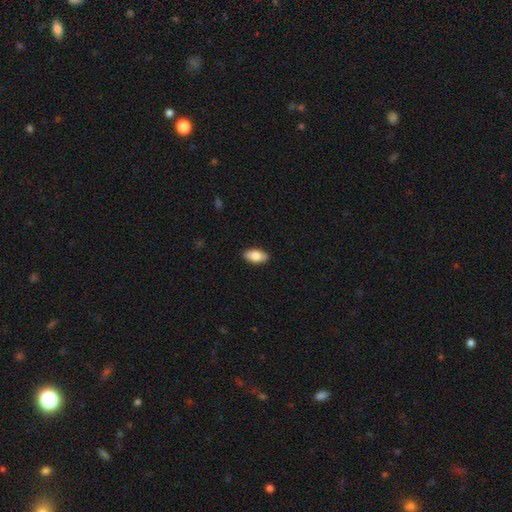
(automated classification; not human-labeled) This is likely a smooth galaxy (80%). How rounded: clearly in between (92%). Merging: clearly none (90%).